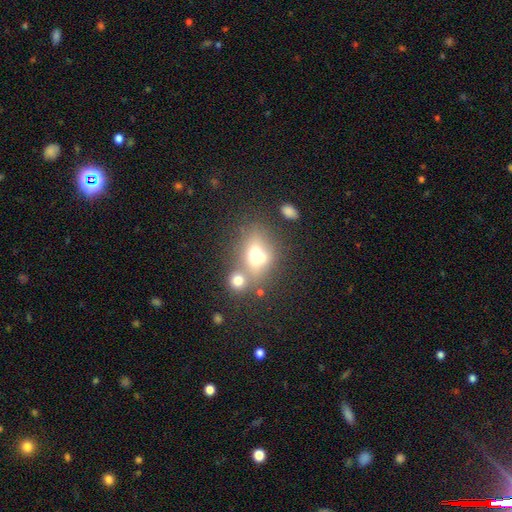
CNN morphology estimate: Smooth or featured: smooth — 60% (featured or disk — 26%)
How rounded: in between — 61% (round — 36%)
Merging: merger — 41% (none — 38%)